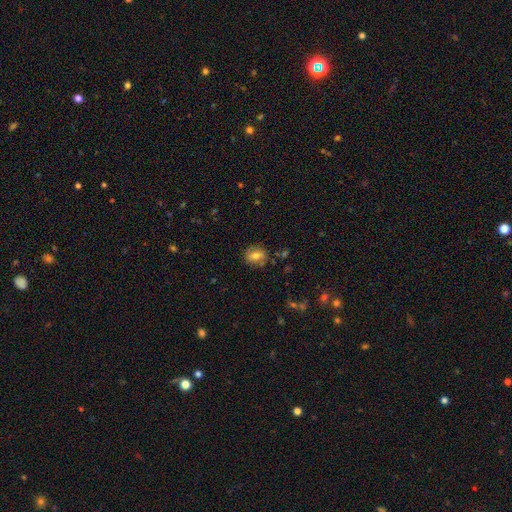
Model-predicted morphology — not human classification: smooth 70%, featured or disk 20%, star or artifact 10%. Down the decision tree: how rounded — round (67%); merging — none (82%).